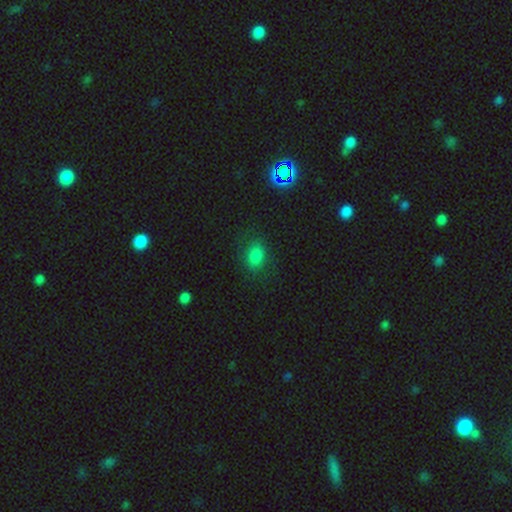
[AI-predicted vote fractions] Smooth or featured?
  - smooth: 79% *
  - star or artifact: 13%
  - featured or disk: 8%
How rounded?
  - in between: 67% *
  - round: 32%
  - cigar-shaped: 2%
Merging?
  - none: 76% *
  - minor disturbance: 15%
  - major disturbance: 7%
  - merger: 1%